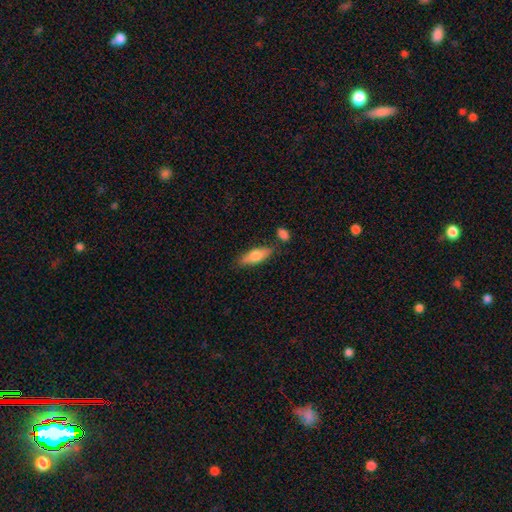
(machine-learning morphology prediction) smooth_or_featured: smooth (p=0.72) [alt: featured or disk p=0.22]
how_rounded: in between (p=0.63) [alt: cigar-shaped p=0.35]
merging: none (p=0.75) [alt: minor disturbance p=0.14]